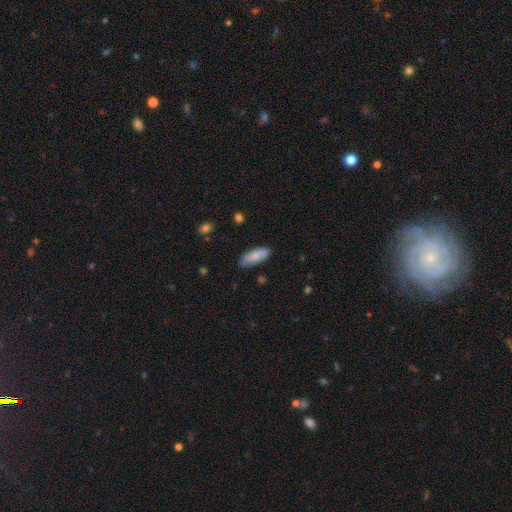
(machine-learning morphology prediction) This appears to be a smooth galaxy with no disk features (76%) that is in between round and cigar-shaped (79%). Merging: none (75%).